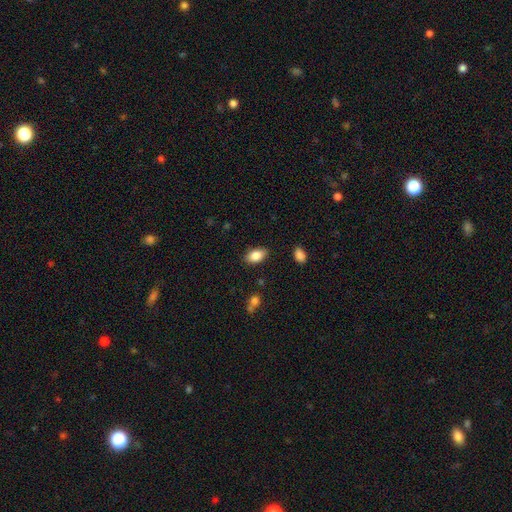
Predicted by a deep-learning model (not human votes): Smooth or featured? smooth (86%)
How rounded? in between (91%)
Merging? none (85%)